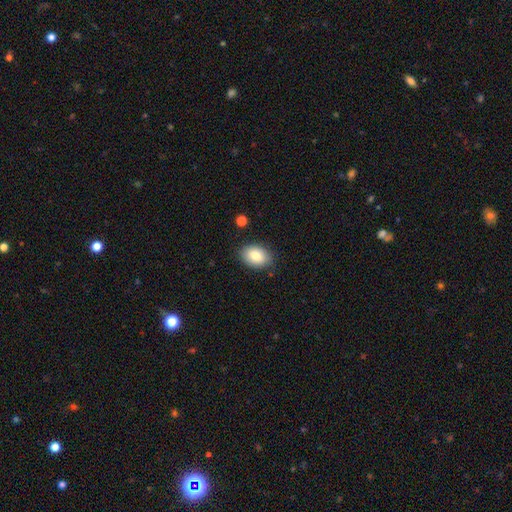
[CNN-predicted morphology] smooth 81%, featured or disk 11%, star or artifact 8%. Down the decision tree: how rounded — in between (82%); merging — none (82%).